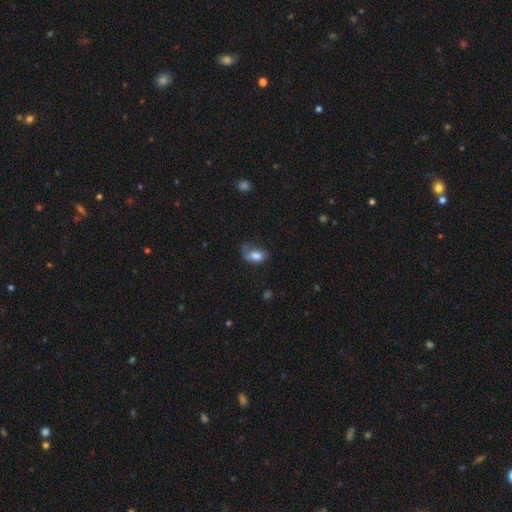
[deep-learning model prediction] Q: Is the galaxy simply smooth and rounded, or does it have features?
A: smooth — 74%.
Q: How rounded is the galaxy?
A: in between — 87%.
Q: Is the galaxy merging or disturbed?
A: none — 36%.